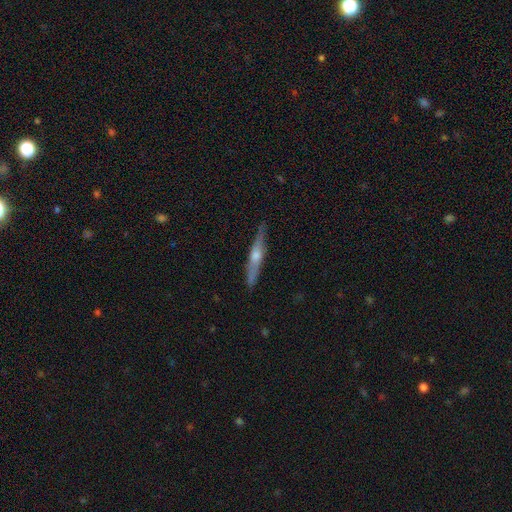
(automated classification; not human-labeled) Smooth or featured? Predicted: featured or disk (p=0.68). Edge-on disk? Predicted: yes (p=0.96). Edge-on bulge? Predicted: rounded (p=0.87). Merging? Predicted: none (p=0.88).